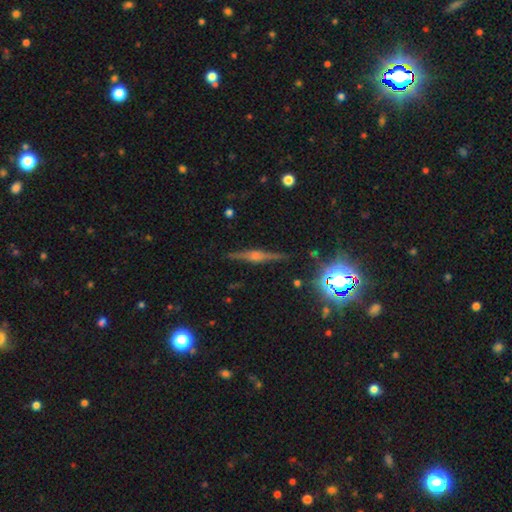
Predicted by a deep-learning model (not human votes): This is likely a featured or disk galaxy (74%). It is clearly viewed edge-on (97%). Edge-on bulge: clearly rounded (86%). Merging: clearly none (89%).